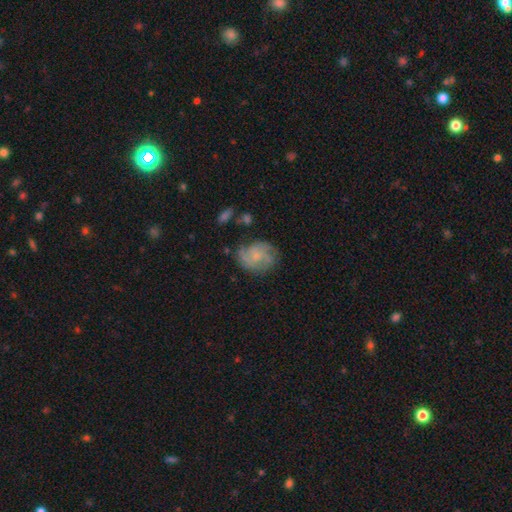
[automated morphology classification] Overall: featured or disk (58%; smooth 33%). Edge-on disk: no (98%). Bar: no (74%). Spiral arms: yes (82%). Bulge size: small (53%; none 23%). Merging: none (65%).